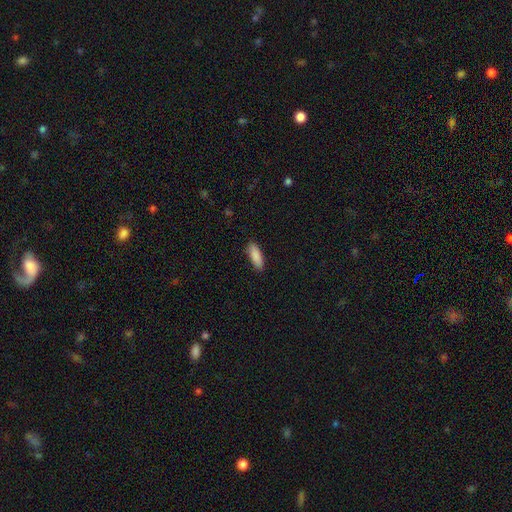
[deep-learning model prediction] This appears to be a smooth galaxy with no disk features (89%) that is in between round and cigar-shaped (55%). Merging: none (89%).